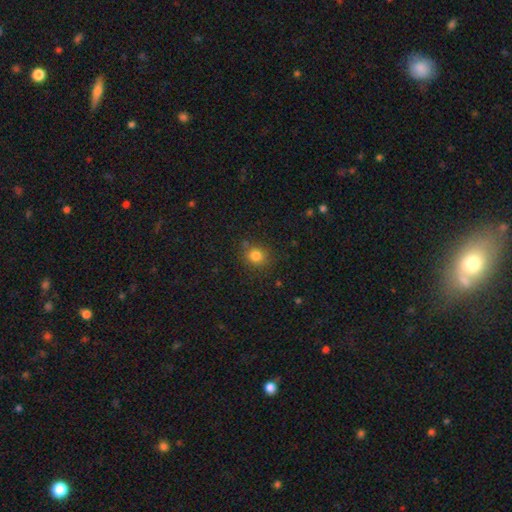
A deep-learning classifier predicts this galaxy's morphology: Smooth or featured: smooth — 81% (star or artifact — 13%)
How rounded: round — 83% (in between — 16%)
Merging: none — 82% (minor disturbance — 11%)